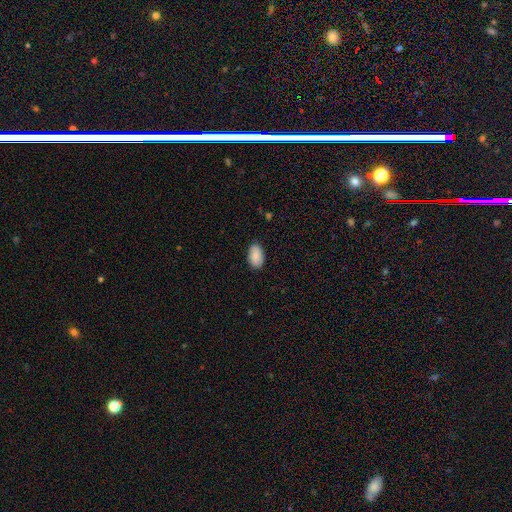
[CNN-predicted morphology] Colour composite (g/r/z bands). It shows a smooth galaxy with no disk features (86%) that is in between round and cigar-shaped (93%). Merging: none (86%).